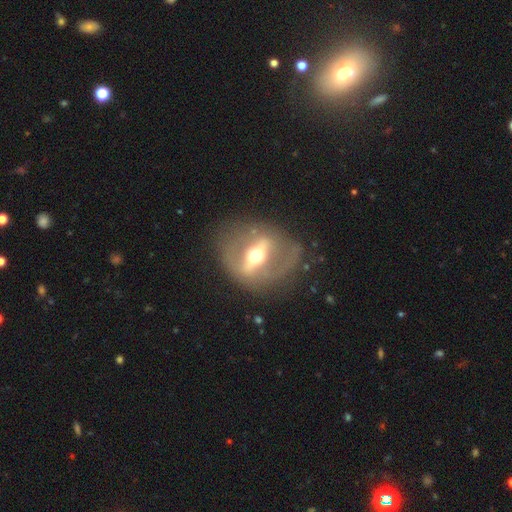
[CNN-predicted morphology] smooth_or_featured: featured or disk (p=0.79) [alt: smooth p=0.14]
disk_edge_on: no (p=0.70) [alt: yes p=0.30]
bar: strong (p=0.79) [alt: weak p=0.13]
has_spiral_arms: no (p=0.75) [alt: yes p=0.25]
bulge_size: moderate (p=0.70) [alt: small p=0.14]
merging: none (p=0.74) [alt: minor disturbance p=0.13]